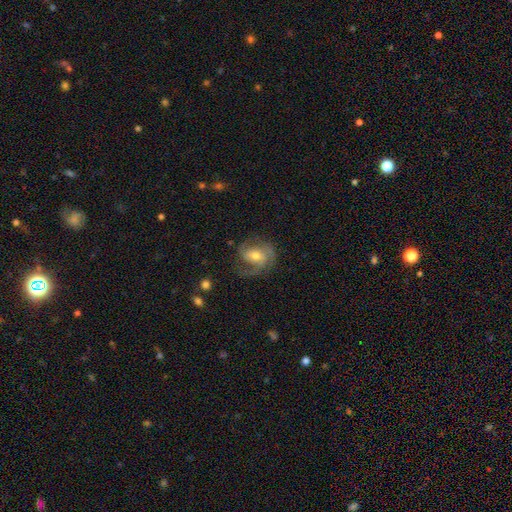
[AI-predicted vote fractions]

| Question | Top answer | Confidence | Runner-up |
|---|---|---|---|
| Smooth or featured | featured or disk | 82% | smooth (12%) |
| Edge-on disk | no | 97% | yes (3%) |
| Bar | no | 44% | weak (41%) |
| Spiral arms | yes | 95% | no (5%) |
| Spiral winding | medium | 49% | tight (34%) |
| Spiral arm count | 2 | 51% | 3 (24%) |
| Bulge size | moderate | 61% | small (33%) |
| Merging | none | 66% | minor disturbance (19%) |